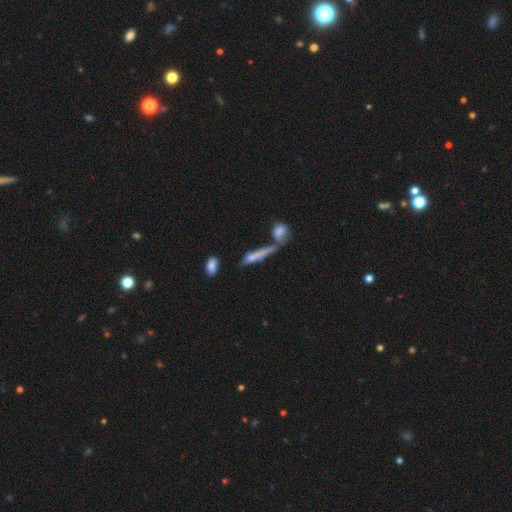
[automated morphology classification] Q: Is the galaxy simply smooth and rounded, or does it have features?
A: smooth — 60%.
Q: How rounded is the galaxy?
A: cigar-shaped — 78%.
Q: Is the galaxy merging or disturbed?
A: none — 36%.